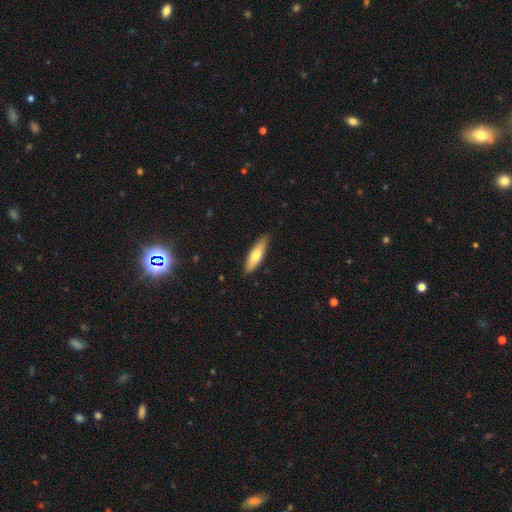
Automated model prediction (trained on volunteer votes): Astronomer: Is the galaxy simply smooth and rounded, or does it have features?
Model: smooth — 67%.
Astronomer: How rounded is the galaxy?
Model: cigar-shaped — 63%.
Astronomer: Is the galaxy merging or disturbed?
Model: none — 87%.